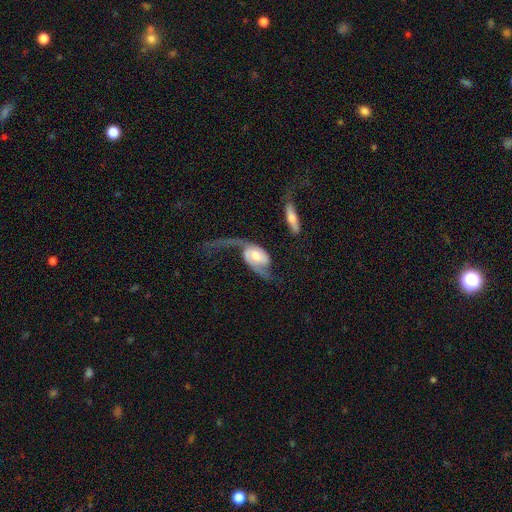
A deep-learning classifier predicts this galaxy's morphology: A featured or disk galaxy (81%) with no bar (50%), 2 (79%) loose (71%) spiral arms (92%) and a moderate central bulge (60%).

Vote fractions:
- Smooth or featured? featured or disk: 81% / smooth: 14% / star or artifact: 5%
- Edge-on disk? no: 94% / yes: 6%
- Bar? no: 50% / weak: 37% / strong: 13%
- Spiral arms? yes: 92% / no: 8%
- Spiral winding? loose: 71% / medium: 21% / tight: 7%
- Spiral arm count? 2: 79% / 1: 14% / can't tell: 4% / 3: 1% / 4: 1% / more than 4: 1%
- Bulge size? moderate: 60% / small: 22% / large: 13% / none: 2% / dominant: 2%
- Merging? major disturbance: 45% / none: 29% / minor disturbance: 15% / merger: 10%